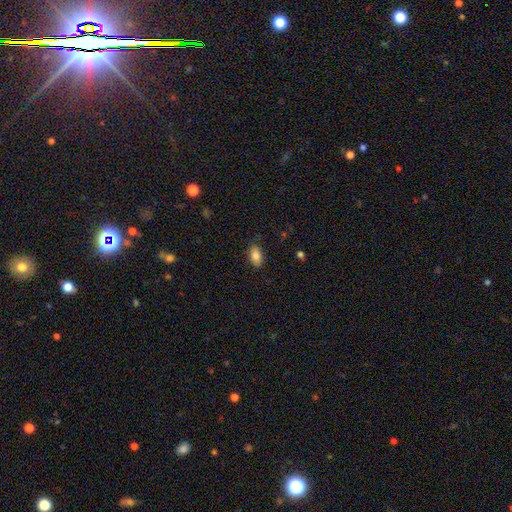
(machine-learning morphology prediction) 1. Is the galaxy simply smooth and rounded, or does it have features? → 84% smooth, 8% featured or disk, 8% star or artifact.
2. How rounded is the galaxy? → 91% in between, 6% round, 3% cigar-shaped.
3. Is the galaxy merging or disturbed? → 83% none, 13% minor disturbance, 3% major disturbance, 1% merger.